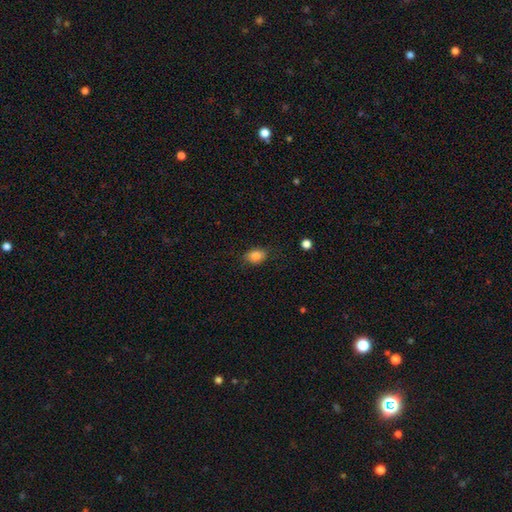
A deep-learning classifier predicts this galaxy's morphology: Q: Smooth or featured?
A: smooth (84%); runner-up: star or artifact (9%)
Q: How rounded?
A: in between (67%); runner-up: round (31%)
Q: Merging?
A: none (77%); runner-up: minor disturbance (18%)